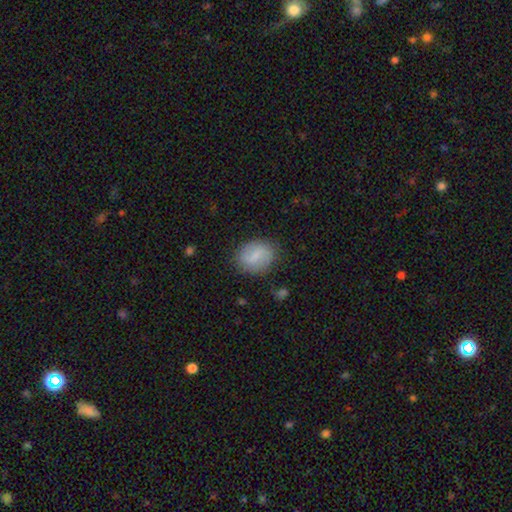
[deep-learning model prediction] Smooth or featured? smooth (68%)
How rounded? in between (55%)
Merging? none (79%)